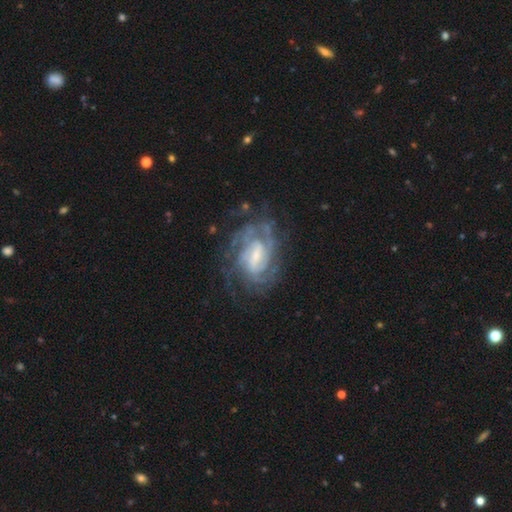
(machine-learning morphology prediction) Smooth or featured: featured or disk — 87% (smooth — 7%)
Edge-on disk: no — 97% (yes — 3%)
Bar: weak — 52% (strong — 27%)
Spiral arms: yes — 95% (no — 5%)
Spiral winding: tight — 60% (medium — 33%)
Spiral arm count: can't tell — 36% (2 — 20%)
Bulge size: small — 43% (moderate — 36%)
Merging: none — 66% (minor disturbance — 19%)